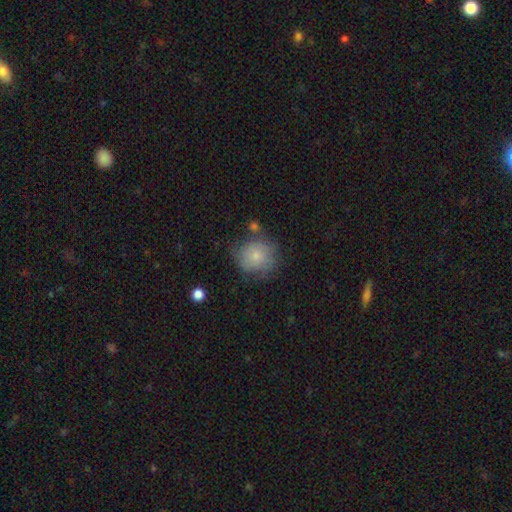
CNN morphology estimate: smooth 75%, featured or disk 17%, star or artifact 8%. Down the decision tree: how rounded — round (86%); merging — none (63%).